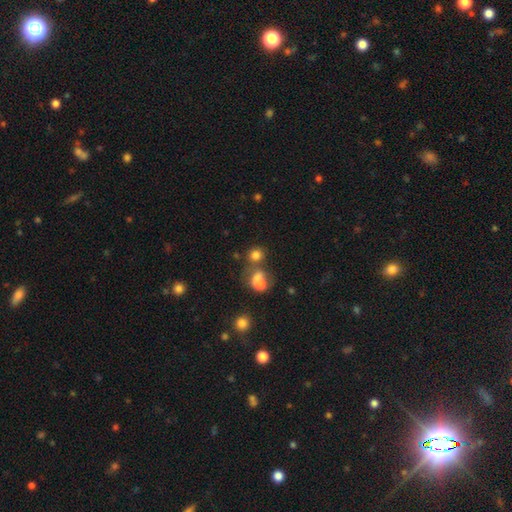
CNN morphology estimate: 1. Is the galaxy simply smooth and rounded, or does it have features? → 75% smooth, 14% star or artifact, 10% featured or disk.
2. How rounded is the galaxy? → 79% round, 20% in between, 1% cigar-shaped.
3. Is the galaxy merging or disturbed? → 50% none, 35% merger, 9% minor disturbance, 6% major disturbance.